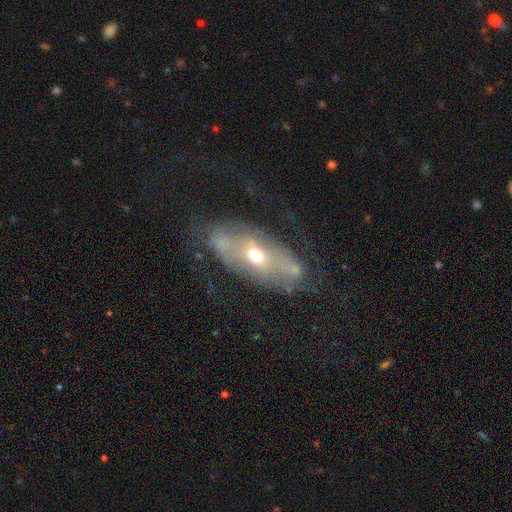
This is possibly a featured or disk galaxy (56%). It is clearly not viewed edge-on (91%). Bar: marginally strong (35%, tied with no). Spiral arm pattern: likely yes (75%). Spiral arm count: clearly 2 (87%). Spiral winding: possibly medium (53%). Central bulge: possibly moderate (55%). Merging: likely none (68%).